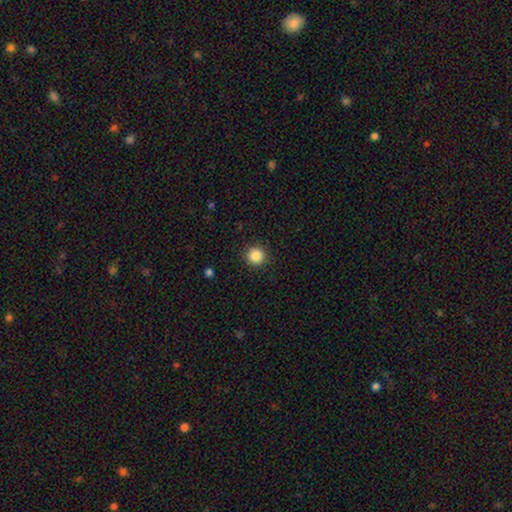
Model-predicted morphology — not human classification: The model was most divided on "smooth or featured": smooth: 86%, star or artifact: 10%, featured or disk: 4%. More confident: how rounded — round (95%); merging — none (92%).